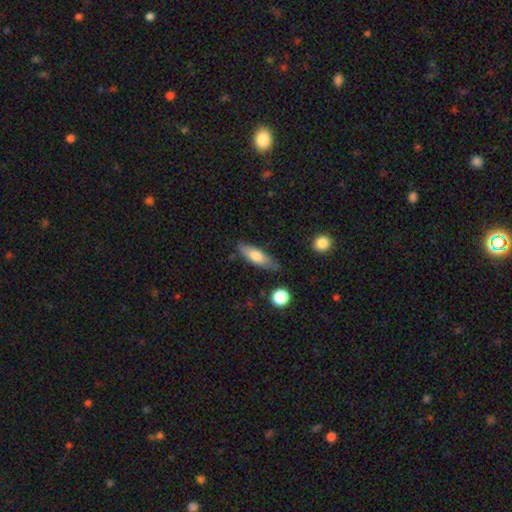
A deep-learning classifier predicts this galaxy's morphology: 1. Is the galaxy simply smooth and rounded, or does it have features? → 66% smooth, 28% featured or disk, 6% star or artifact.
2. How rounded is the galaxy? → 49% cigar-shaped, 48% in between, 3% round.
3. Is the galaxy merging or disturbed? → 74% none, 19% minor disturbance, 4% major disturbance, 3% merger.